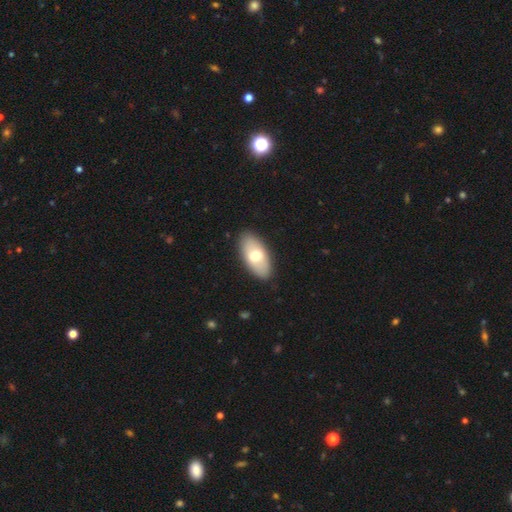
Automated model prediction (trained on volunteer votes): This is likely a smooth galaxy (65%). How rounded: clearly in between (92%). Merging: clearly none (88%).